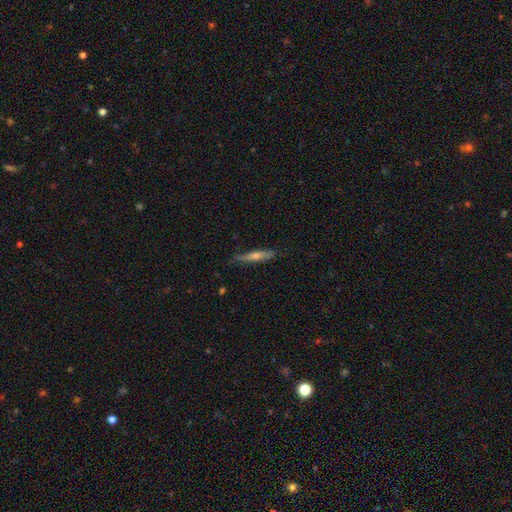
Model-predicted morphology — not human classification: Q: Smooth or featured?
A: featured or disk (52%); runner-up: smooth (41%)
Q: Edge-on disk?
A: yes (94%); runner-up: no (6%)
Q: Merging?
A: none (85%); runner-up: minor disturbance (12%)